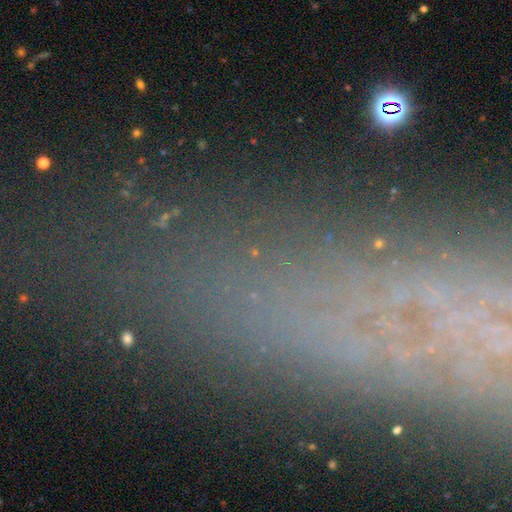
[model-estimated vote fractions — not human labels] This appears to be a star or artifact, not a galaxy (54%).